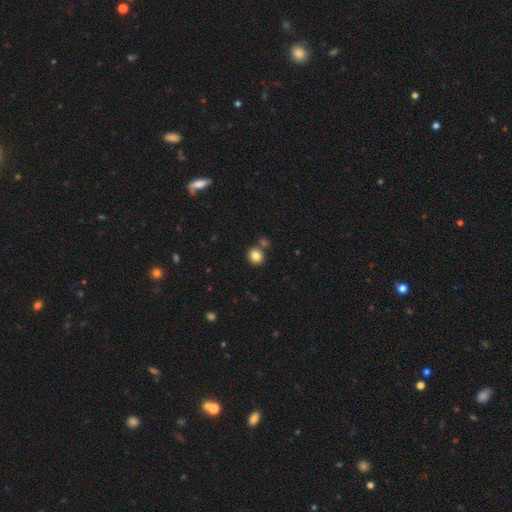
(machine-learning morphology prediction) A smooth galaxy with no disk features (83%) that is round (82%).

Vote fractions:
- Smooth or featured? smooth: 83% / star or artifact: 11% / featured or disk: 6%
- How rounded? round: 82% / in between: 17% / cigar-shaped: 1%
- Merging? none: 75% / merger: 14% / minor disturbance: 8% / major disturbance: 2%